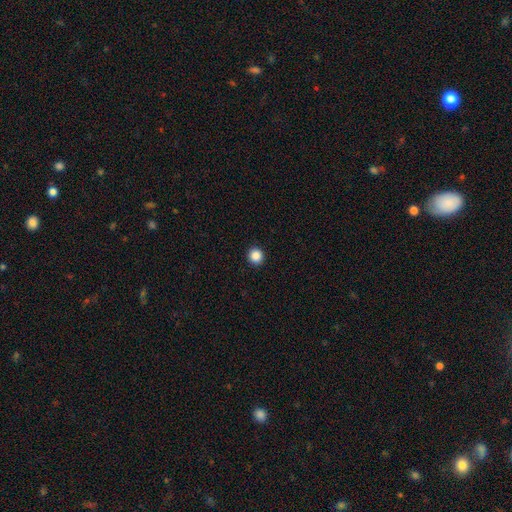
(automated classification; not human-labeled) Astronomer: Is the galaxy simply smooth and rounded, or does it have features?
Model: smooth — 87%.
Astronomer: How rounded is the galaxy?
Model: round — 94%.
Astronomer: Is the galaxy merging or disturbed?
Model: none — 94%.